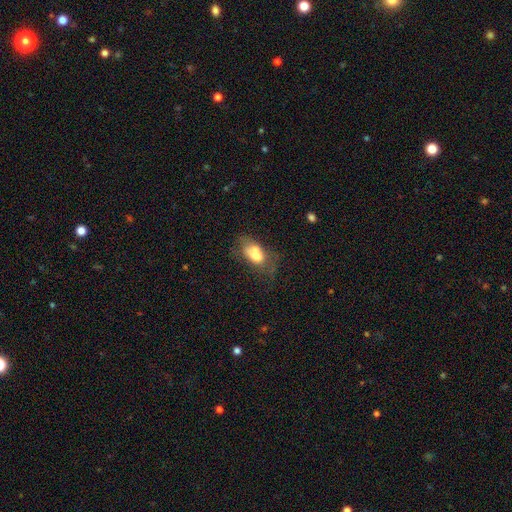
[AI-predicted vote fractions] smooth 61%, featured or disk 29%, star or artifact 9%. Down the decision tree: how rounded — in between (78%); merging — merger (47%).